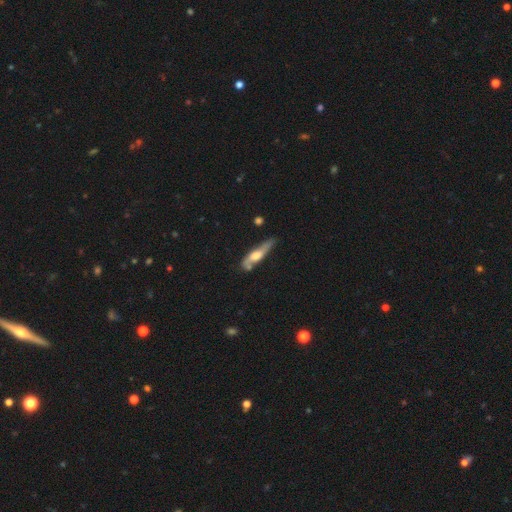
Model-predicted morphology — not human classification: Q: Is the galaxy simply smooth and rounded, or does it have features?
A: featured or disk — 54%.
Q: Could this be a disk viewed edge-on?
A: yes — 64%.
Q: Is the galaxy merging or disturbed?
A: none — 52%.